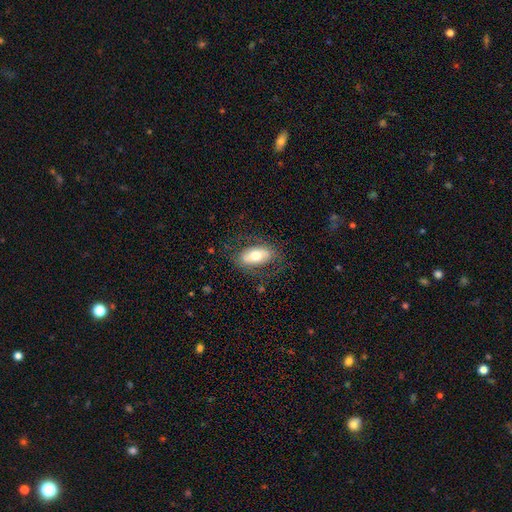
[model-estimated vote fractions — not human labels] This appears to be a smooth galaxy with no disk features (63%) that is in between round and cigar-shaped (91%). Merging: none (75%).